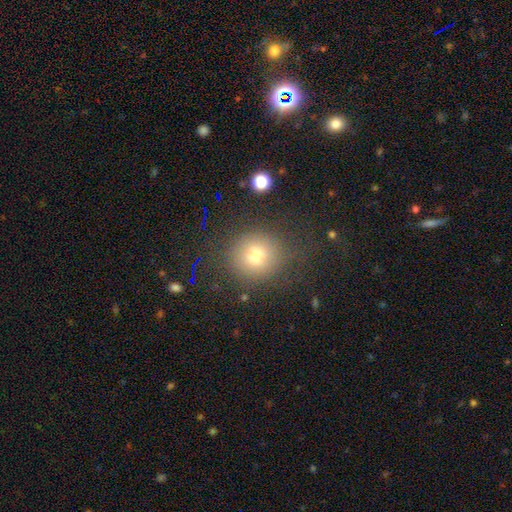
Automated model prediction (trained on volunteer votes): Smooth or featured? smooth (71%)
How rounded? round (79%)
Merging? none (71%)